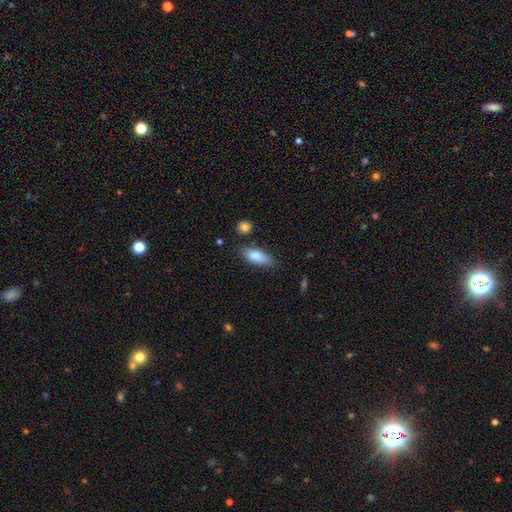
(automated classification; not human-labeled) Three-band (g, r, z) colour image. It shows a smooth galaxy with no disk features (81%) that is in between round and cigar-shaped (76%). Merging: none (74%).